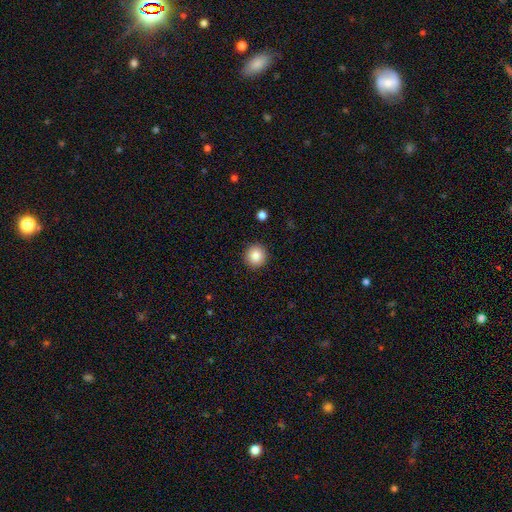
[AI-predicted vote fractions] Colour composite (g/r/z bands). It shows a smooth galaxy with no disk features (86%) that is round (94%). Merging: none (92%).